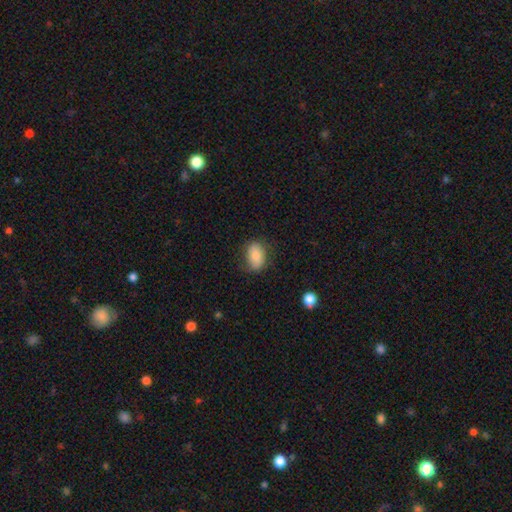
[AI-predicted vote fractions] Smooth or featured?
  - smooth: 81% *
  - featured or disk: 12%
  - star or artifact: 7%
How rounded?
  - in between: 85% *
  - round: 13%
  - cigar-shaped: 2%
Merging?
  - none: 75% *
  - minor disturbance: 18%
  - major disturbance: 5%
  - merger: 1%